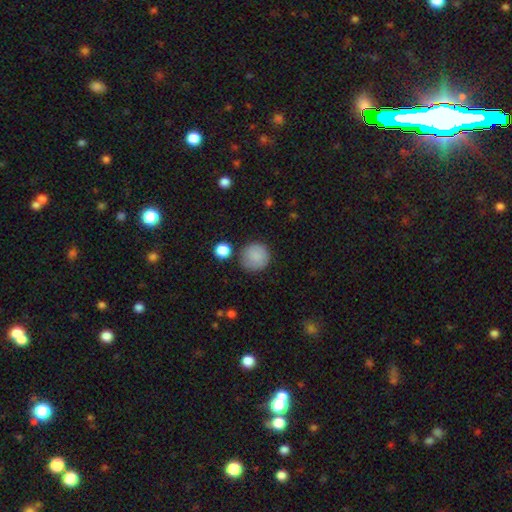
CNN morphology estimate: This appears to be a smooth galaxy with no disk features (86%) that is round (94%). Merging: none (79%).